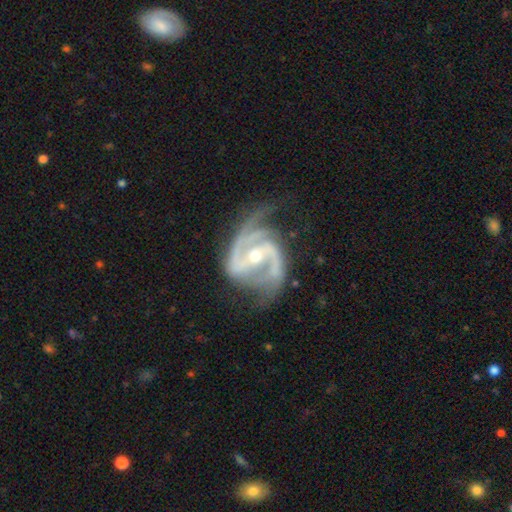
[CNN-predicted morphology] Smooth or featured? Predicted: featured or disk (p=0.93). Edge-on disk? Predicted: no (p=0.98). Bar? Predicted: strong (p=0.45). Spiral arms? Predicted: yes (p=0.98). Spiral winding? Predicted: medium (p=0.54). Spiral arm count? Predicted: 2 (p=0.67). Bulge size? Predicted: moderate (p=0.53). Merging? Predicted: none (p=0.60).